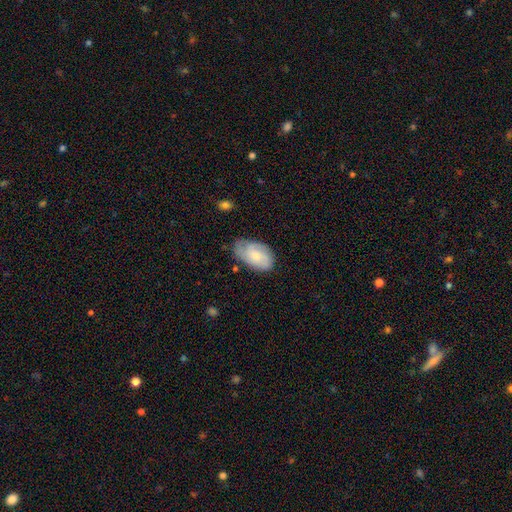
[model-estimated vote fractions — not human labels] smooth_or_featured: smooth (p=0.50) [alt: featured or disk p=0.44]
merging: none (p=0.63) [alt: minor disturbance p=0.28]